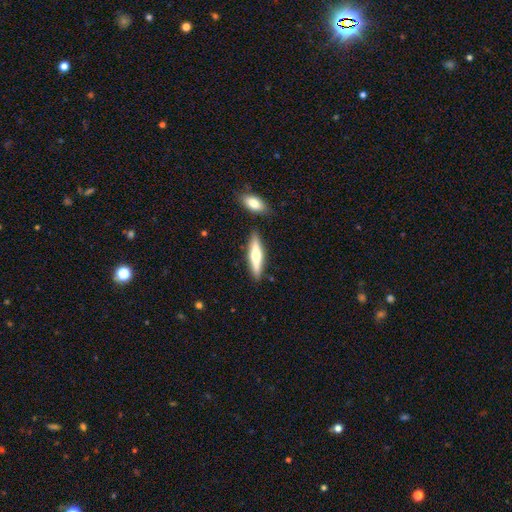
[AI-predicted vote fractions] A featured or disk galaxy (51%) viewed edge-on (94%). Merging: none (85%).